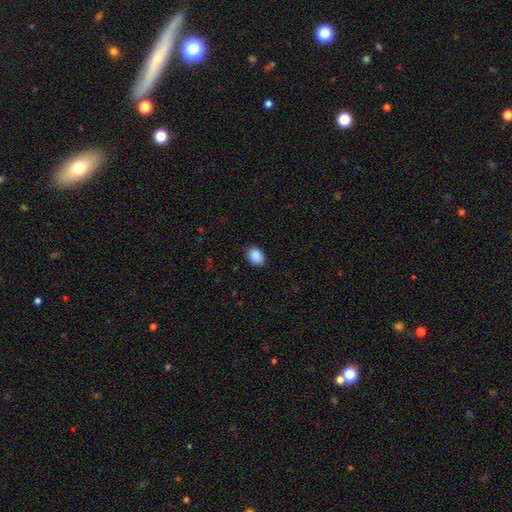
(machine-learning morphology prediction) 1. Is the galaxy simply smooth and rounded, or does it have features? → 90% smooth, 7% star or artifact, 2% featured or disk.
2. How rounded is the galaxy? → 74% in between, 25% round, 1% cigar-shaped.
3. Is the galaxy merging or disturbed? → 86% none, 11% minor disturbance, 2% major disturbance, 1% merger.